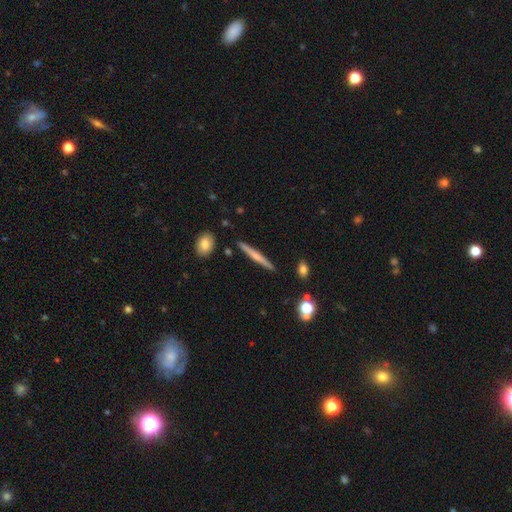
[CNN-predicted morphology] smooth-or-featured: featured or disk: 49% | smooth: 45% | star or artifact: 6%
  merging: none: 90% | minor disturbance: 6% | merger: 2% | major disturbance: 1%